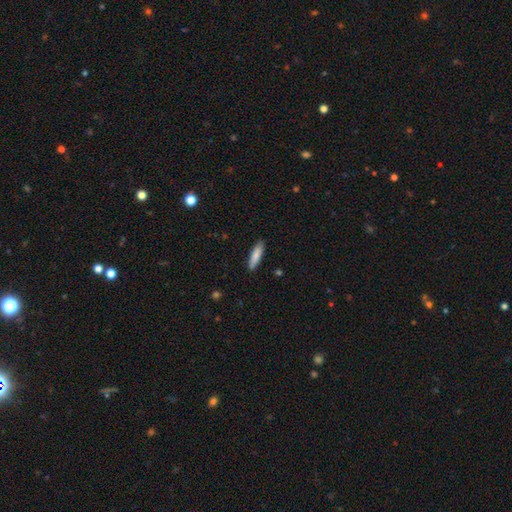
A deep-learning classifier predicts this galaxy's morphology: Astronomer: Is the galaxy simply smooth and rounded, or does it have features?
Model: smooth — 84%.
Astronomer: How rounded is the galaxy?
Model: cigar-shaped — 71%.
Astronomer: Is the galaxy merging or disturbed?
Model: none — 88%.